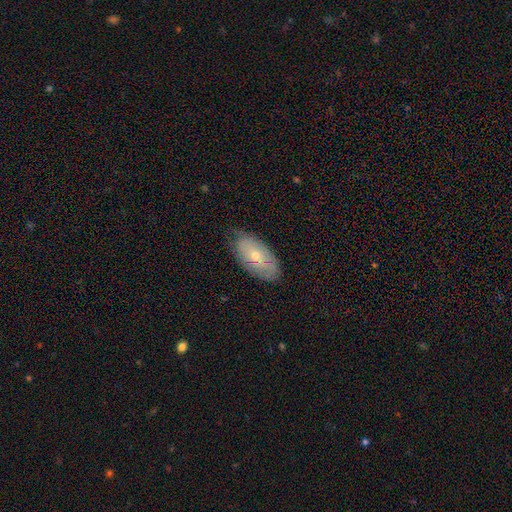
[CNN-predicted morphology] Overall: smooth (50%; featured or disk 43%). How rounded: in between (92%). Merging: none (73%).